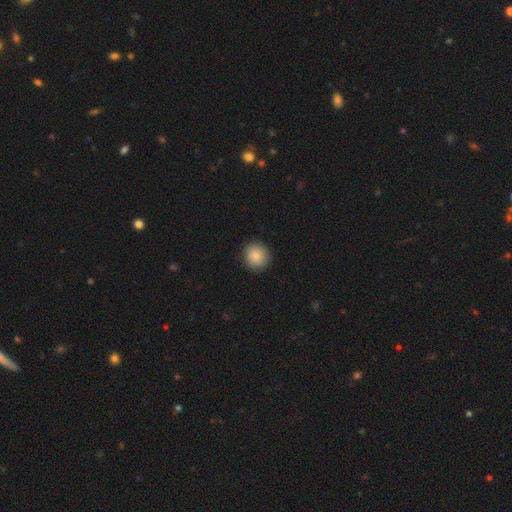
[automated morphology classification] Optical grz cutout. It shows a smooth galaxy with no disk features (85%) that is round (91%). Merging: none (91%).